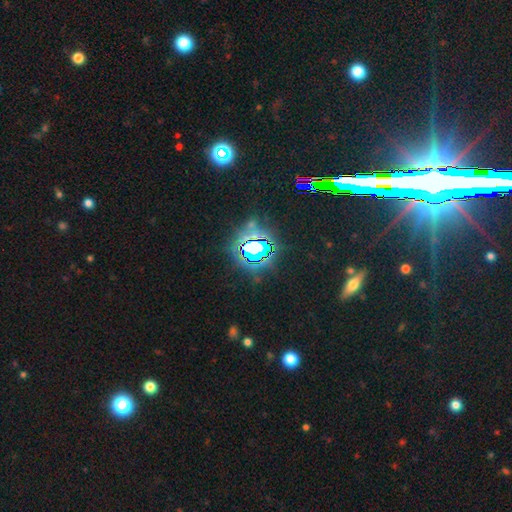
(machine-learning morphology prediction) The model was most divided on "smooth or featured": star or artifact: 78%, smooth: 12%, featured or disk: 10%.